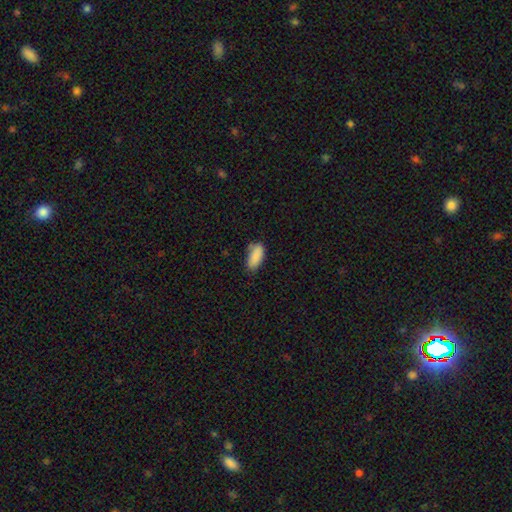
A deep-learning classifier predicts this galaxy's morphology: smooth-or-featured: smooth: 87% | star or artifact: 8% | featured or disk: 5%
  how-rounded: in between: 87% | cigar-shaped: 11% | round: 2%
  merging: none: 65% | minor disturbance: 27% | major disturbance: 5% | merger: 3%